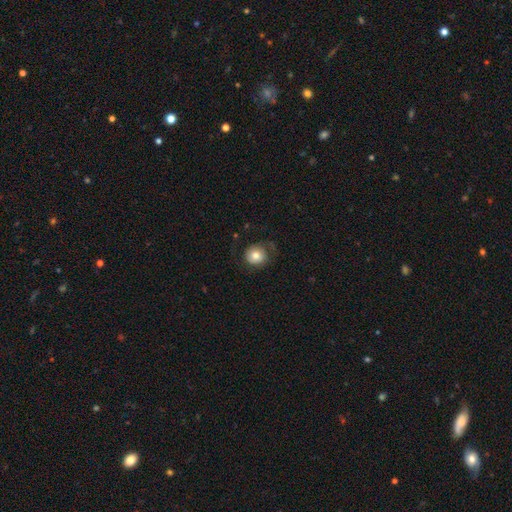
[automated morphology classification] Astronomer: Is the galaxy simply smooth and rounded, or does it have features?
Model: smooth — 73%.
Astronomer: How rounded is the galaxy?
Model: round — 86%.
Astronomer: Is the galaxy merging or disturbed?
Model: none — 65%.